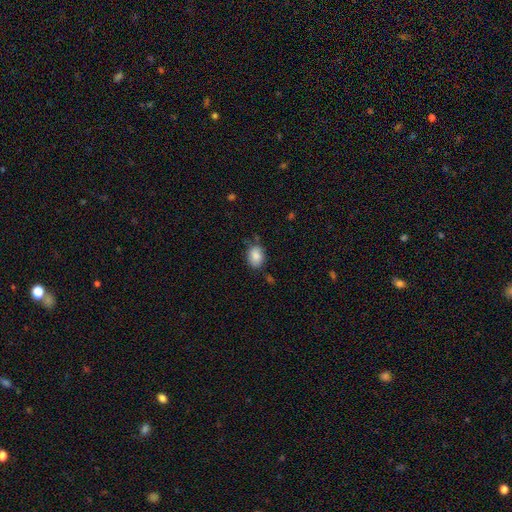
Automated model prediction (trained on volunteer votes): Smooth or featured?
  - smooth: 87% *
  - star or artifact: 8%
  - featured or disk: 5%
How rounded?
  - in between: 73% *
  - round: 25%
  - cigar-shaped: 1%
Merging?
  - none: 71% *
  - minor disturbance: 21%
  - major disturbance: 5%
  - merger: 3%